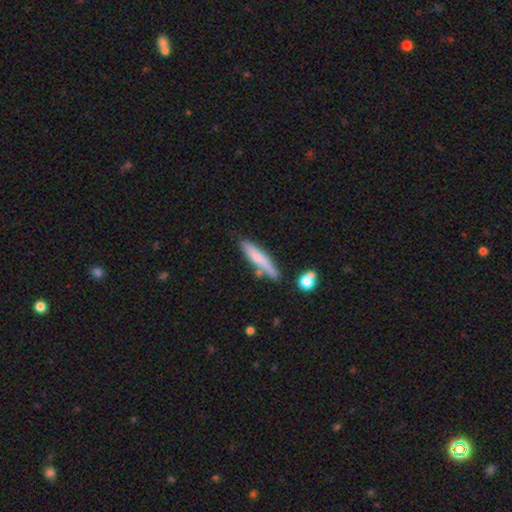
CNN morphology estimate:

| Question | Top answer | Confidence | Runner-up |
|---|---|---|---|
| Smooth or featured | smooth | 67% | featured or disk (26%) |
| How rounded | cigar-shaped | 87% | in between (11%) |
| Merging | none | 71% | minor disturbance (18%) |